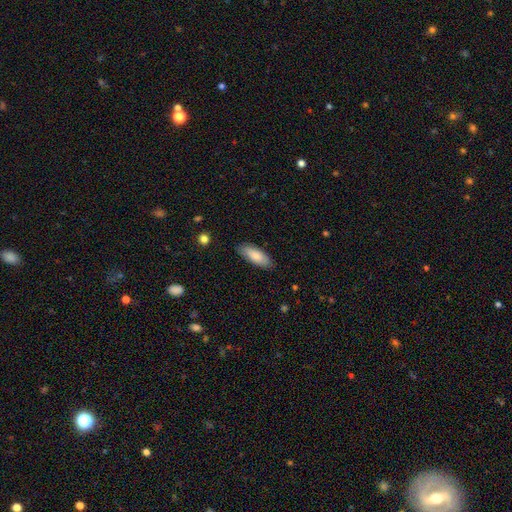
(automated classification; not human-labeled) Morphology: type=smooth (82%); roundness=in between (73%); merging=none (86%).